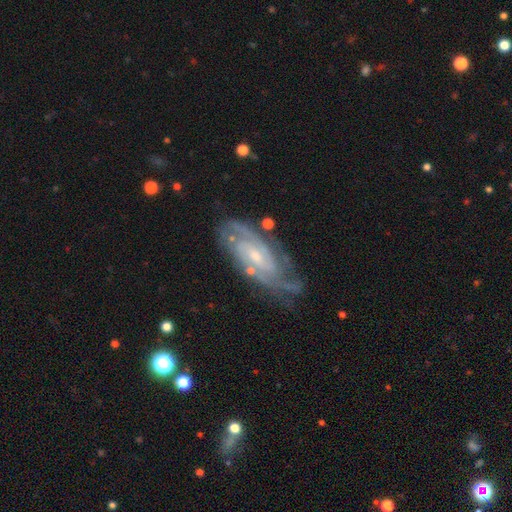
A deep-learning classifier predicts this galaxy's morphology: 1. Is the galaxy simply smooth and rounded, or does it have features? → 88% featured or disk, 6% smooth, 6% star or artifact.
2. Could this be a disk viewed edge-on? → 93% no, 7% yes.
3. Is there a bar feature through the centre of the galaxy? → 47% no, 42% weak, 11% strong.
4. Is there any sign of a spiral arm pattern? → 97% yes, 3% no.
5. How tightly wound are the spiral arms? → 64% tight, 31% medium, 5% loose.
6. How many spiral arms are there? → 34% 2, 26% can't tell, 20% 3, 11% 4, 5% more than 4, 5% 1.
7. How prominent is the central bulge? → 61% small, 32% moderate, 5% none, 2% large, 1% dominant.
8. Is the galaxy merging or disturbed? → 71% none, 20% minor disturbance, 7% major disturbance, 2% merger.